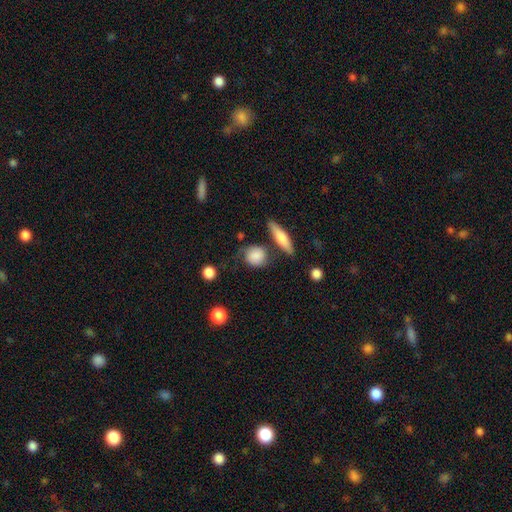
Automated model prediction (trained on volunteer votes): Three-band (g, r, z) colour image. It shows a smooth galaxy with no disk features (77%) that is round (72%). Merging: none (60%).